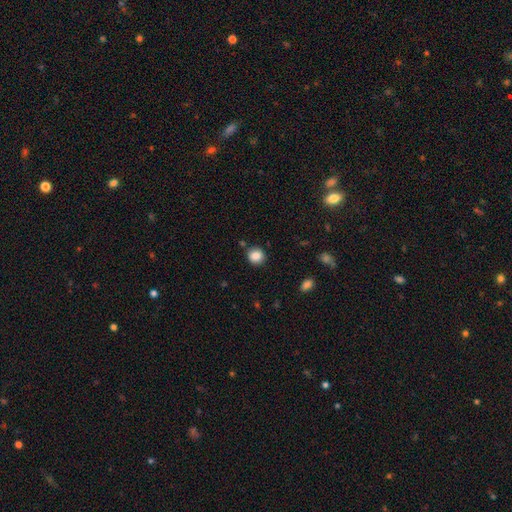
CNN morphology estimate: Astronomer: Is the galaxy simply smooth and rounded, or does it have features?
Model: smooth — 86%.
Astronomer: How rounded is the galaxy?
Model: round — 88%.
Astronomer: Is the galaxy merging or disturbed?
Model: none — 86%.